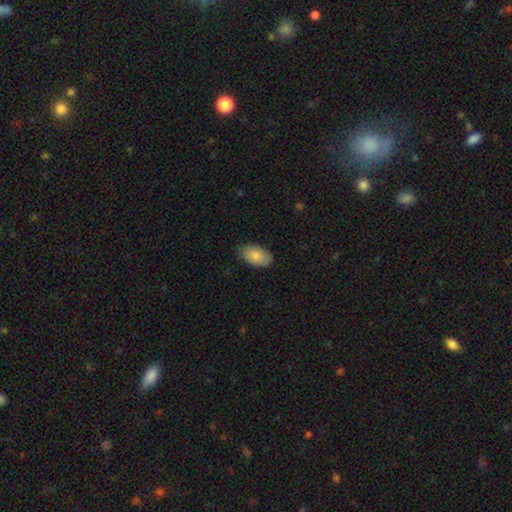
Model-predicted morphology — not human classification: smooth-or-featured: smooth: 87% | featured or disk: 7% | star or artifact: 6%
  how-rounded: in between: 94% | round: 4% | cigar-shaped: 1%
  merging: none: 84% | minor disturbance: 13% | major disturbance: 2% | merger: 1%